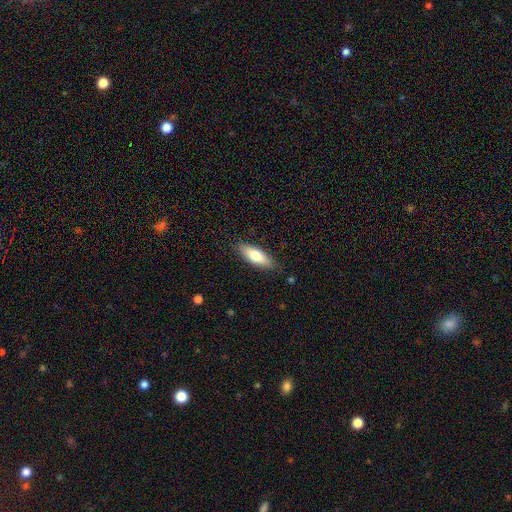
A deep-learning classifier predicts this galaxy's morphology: A smooth galaxy with no disk features (75%) that is in between round and cigar-shaped (61%).

Vote fractions:
- Smooth or featured? smooth: 75% / featured or disk: 19% / star or artifact: 6%
- How rounded? in between: 61% / cigar-shaped: 37% / round: 2%
- Merging? none: 84% / minor disturbance: 12% / major disturbance: 2% / merger: 1%